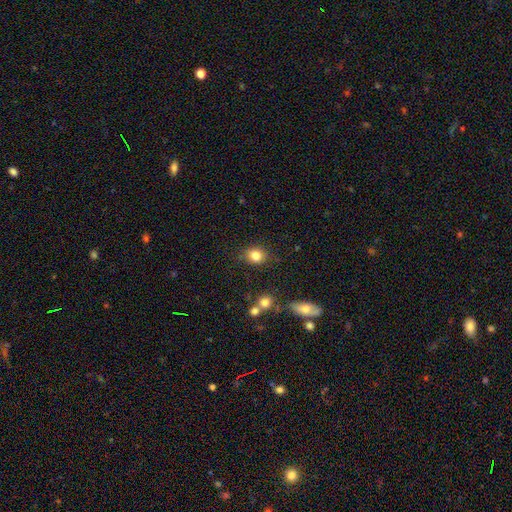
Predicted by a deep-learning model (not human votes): Smooth or featured? smooth (83%)
How rounded? round (68%)
Merging? none (81%)